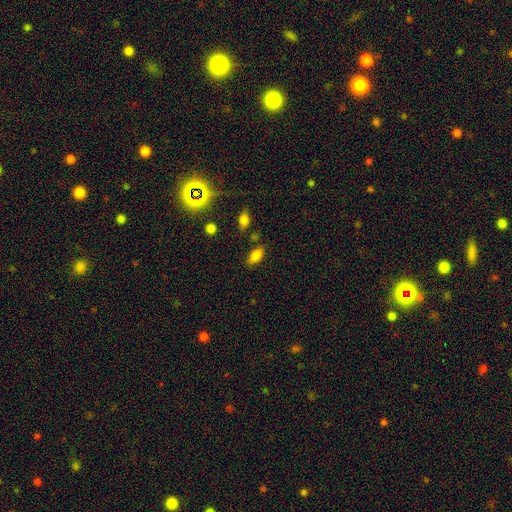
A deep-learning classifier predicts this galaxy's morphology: Smooth or featured? smooth (83%)
How rounded? in between (89%)
Merging? none (77%)